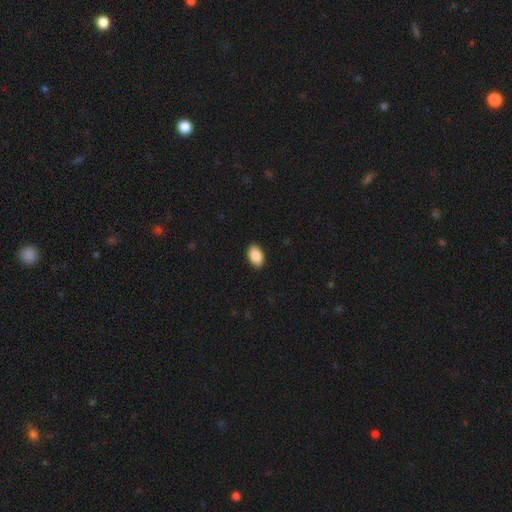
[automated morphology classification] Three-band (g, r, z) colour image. It shows a smooth galaxy with no disk features (90%) that is in between round and cigar-shaped (92%). Merging: none (90%).